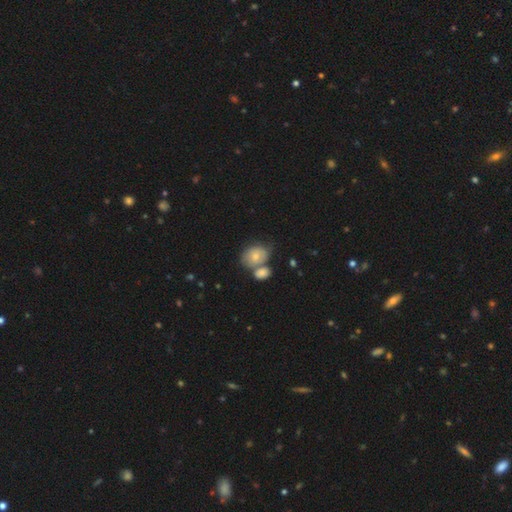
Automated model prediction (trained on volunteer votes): Morphology: type=smooth (71%); roundness=in between (57%); merging=merger (43%).